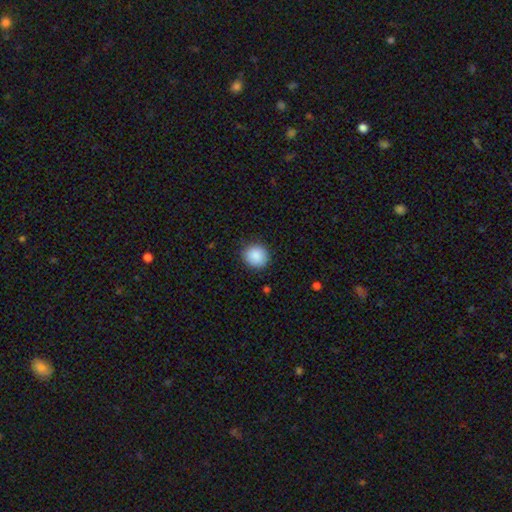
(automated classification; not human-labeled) Smooth or featured? Predicted: smooth (p=0.89). How rounded? Predicted: round (p=0.88). Merging? Predicted: none (p=0.88).